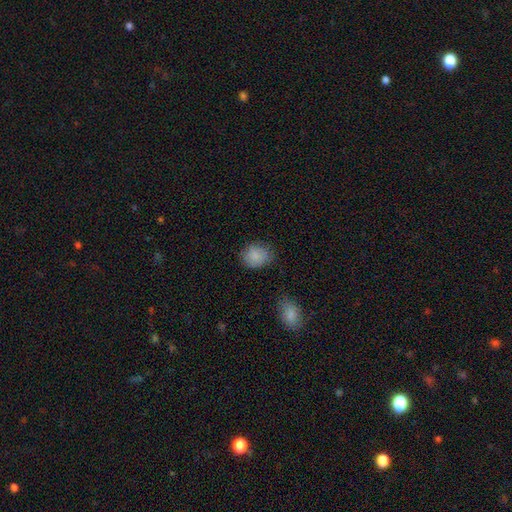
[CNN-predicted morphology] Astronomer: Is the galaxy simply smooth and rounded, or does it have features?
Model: smooth — 86%.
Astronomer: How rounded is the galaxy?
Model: round — 61% (runner-up: in between, 38%).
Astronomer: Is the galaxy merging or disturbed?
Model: none — 72%.